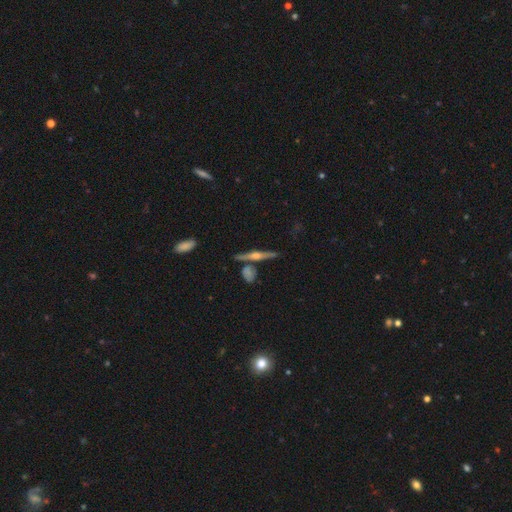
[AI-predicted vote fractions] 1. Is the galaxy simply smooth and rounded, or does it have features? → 80% featured or disk, 13% smooth, 7% star or artifact.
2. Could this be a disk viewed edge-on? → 98% yes, 2% no.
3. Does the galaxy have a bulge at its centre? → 91% rounded, 5% boxy, 3% none.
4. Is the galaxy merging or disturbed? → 81% none, 8% minor disturbance, 8% merger, 3% major disturbance.